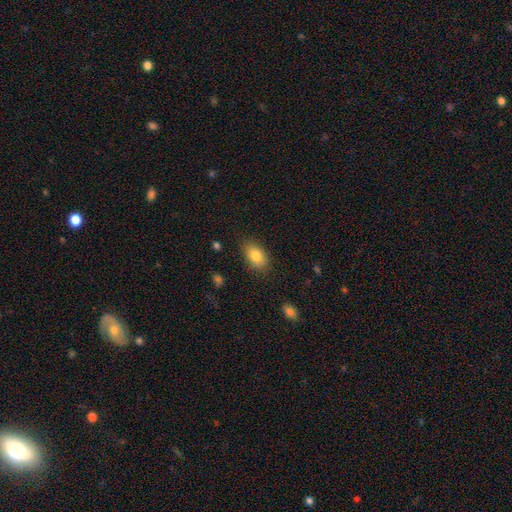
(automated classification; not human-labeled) Smooth or featured? Predicted: smooth (p=0.83). How rounded? Predicted: in between (p=0.86). Merging? Predicted: none (p=0.81).